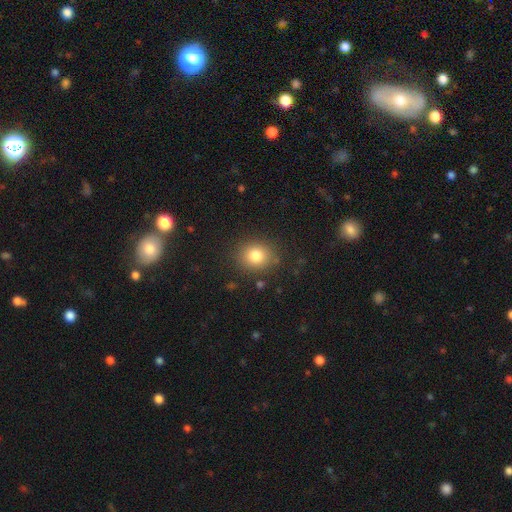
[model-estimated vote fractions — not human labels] Smooth or featured: smooth — 80% (star or artifact — 12%)
How rounded: round — 71% (in between — 28%)
Merging: none — 86% (minor disturbance — 9%)